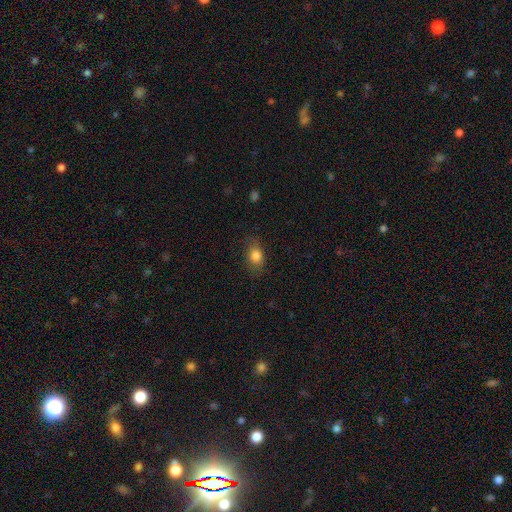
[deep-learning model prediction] Smooth or featured?
  - smooth: 82% *
  - star or artifact: 10%
  - featured or disk: 8%
How rounded?
  - in between: 66% *
  - round: 32%
  - cigar-shaped: 2%
Merging?
  - none: 75% *
  - minor disturbance: 18%
  - major disturbance: 6%
  - merger: 1%